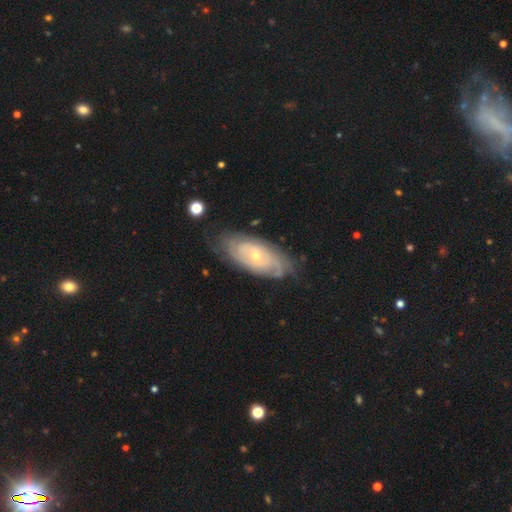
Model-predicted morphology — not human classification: Q: Smooth or featured?
A: featured or disk (79%); runner-up: smooth (15%)
Q: Edge-on disk?
A: no (92%); runner-up: yes (8%)
Q: Bar?
A: no (67%); runner-up: weak (27%)
Q: Spiral arms?
A: yes (91%); runner-up: no (9%)
Q: Spiral winding?
A: tight (73%); runner-up: medium (21%)
Q: Spiral arm count?
A: can't tell (50%); runner-up: 2 (24%)
Q: Bulge size?
A: small (66%); runner-up: moderate (30%)
Q: Merging?
A: none (74%); runner-up: minor disturbance (19%)